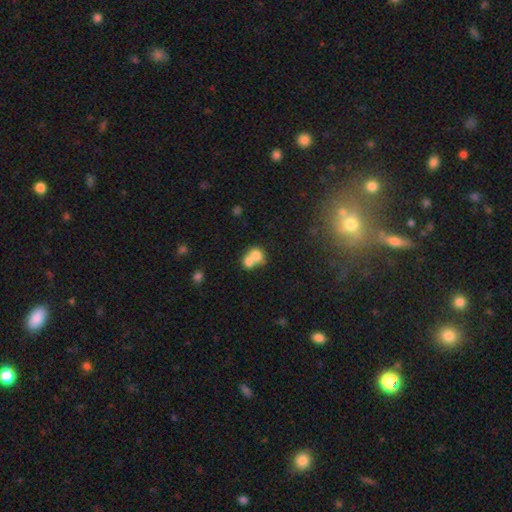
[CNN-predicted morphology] The model was most divided on "how rounded": round: 59%, in between: 40%, cigar-shaped: 1%. More confident: smooth or featured — smooth (72%); merging — merger (71%).